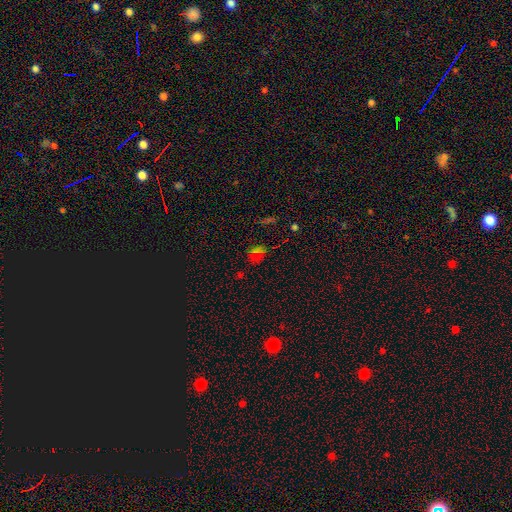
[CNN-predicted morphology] A smooth galaxy with no disk features (49%).

Vote fractions:
- Smooth or featured? smooth: 49% / star or artifact: 44% / featured or disk: 8%
- Merging? none: 68% / minor disturbance: 18% / major disturbance: 9% / merger: 5%